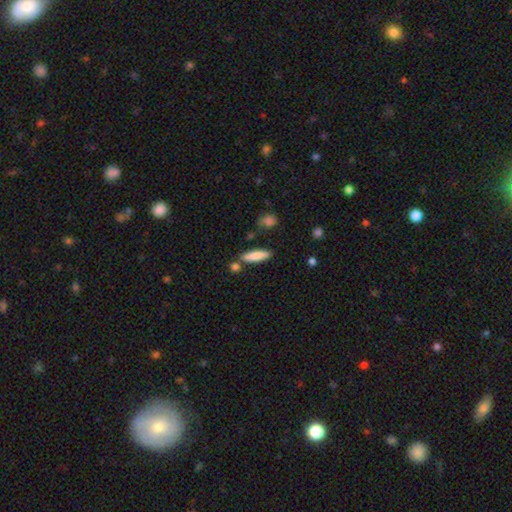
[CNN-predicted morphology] A smooth galaxy with no disk features (82%) that is cigar-shaped (69%). Merging: none (78%).